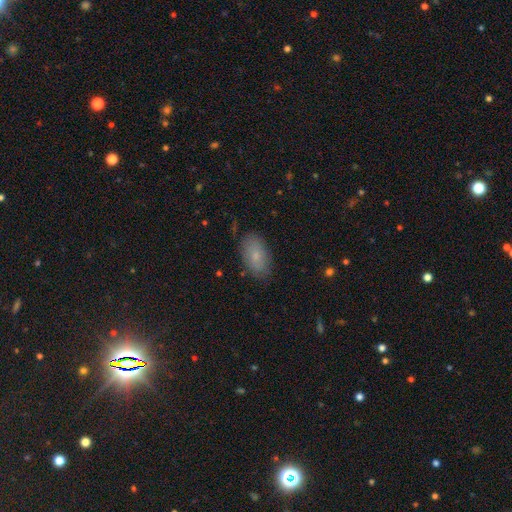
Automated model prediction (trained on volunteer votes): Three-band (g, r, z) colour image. It shows a smooth galaxy with no disk features (76%) that is in between round and cigar-shaped (93%). Merging: none (82%).